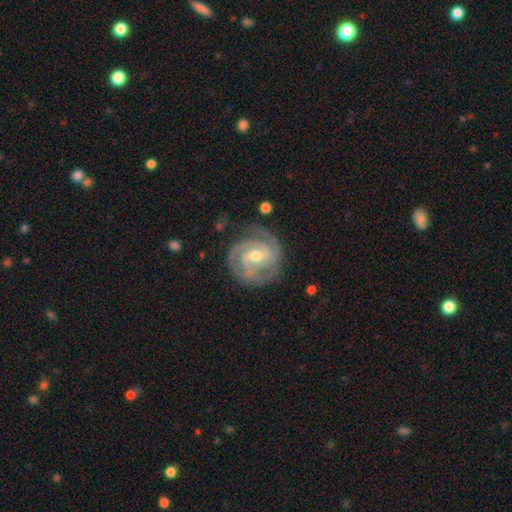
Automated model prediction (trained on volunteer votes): The model was most divided on "bar": weak: 45%, no: 35%, strong: 20%. Remaining: spiral arms — yes (98%); edge-on disk — no (98%); smooth or featured — featured or disk (91%); merging — none (78%); spiral winding — tight (71%); bulge size — moderate (63%); spiral arm count — 3 (46%).